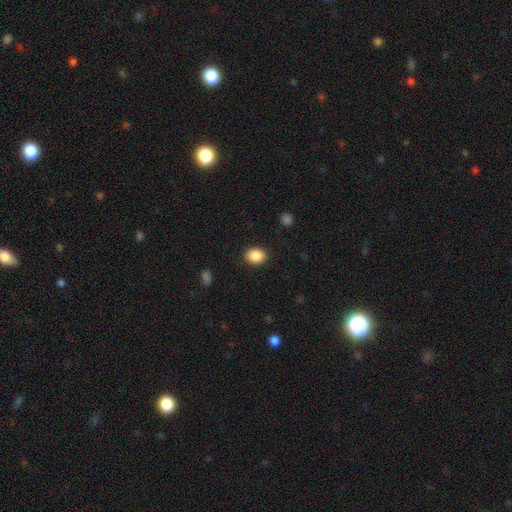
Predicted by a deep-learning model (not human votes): Smooth or featured: smooth — 88% (star or artifact — 9%)
How rounded: round — 50% (in between — 49%)
Merging: none — 88% (minor disturbance — 8%)